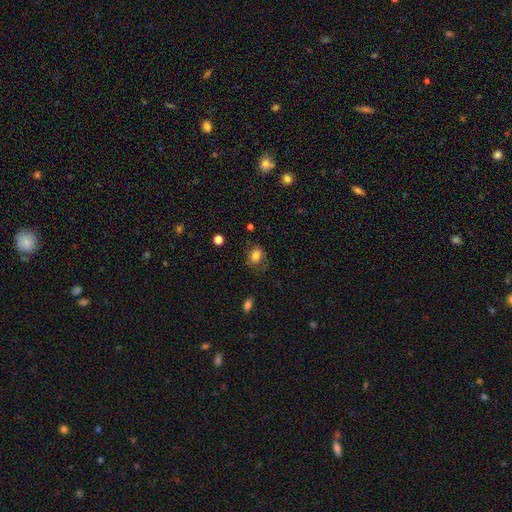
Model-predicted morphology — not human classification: Smooth or featured? Predicted: smooth (p=0.77). How rounded? Predicted: in between (p=0.62). Merging? Predicted: none (p=0.64).